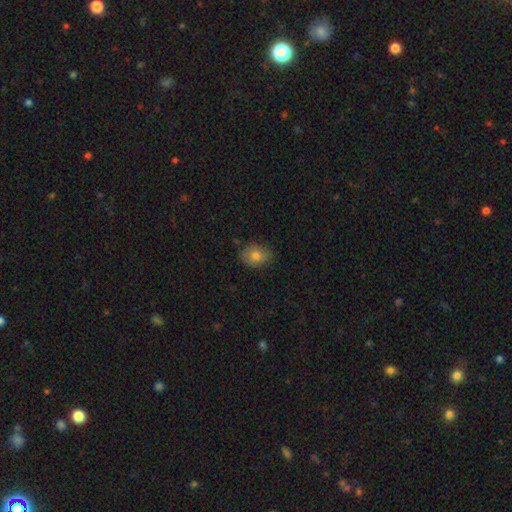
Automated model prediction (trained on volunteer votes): A smooth galaxy with no disk features (78%) that is in between round and cigar-shaped (60%).

Vote fractions:
- Smooth or featured? smooth: 78% / featured or disk: 13% / star or artifact: 9%
- How rounded? in between: 60% / round: 39% / cigar-shaped: 1%
- Merging? none: 72% / minor disturbance: 23% / major disturbance: 4% / merger: 2%